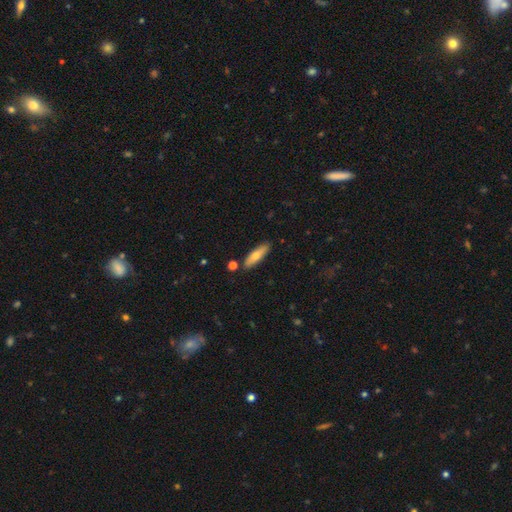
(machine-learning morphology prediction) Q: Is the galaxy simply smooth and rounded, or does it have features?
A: smooth — 66%.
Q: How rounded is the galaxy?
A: cigar-shaped — 61%.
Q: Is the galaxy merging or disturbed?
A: none — 85%.